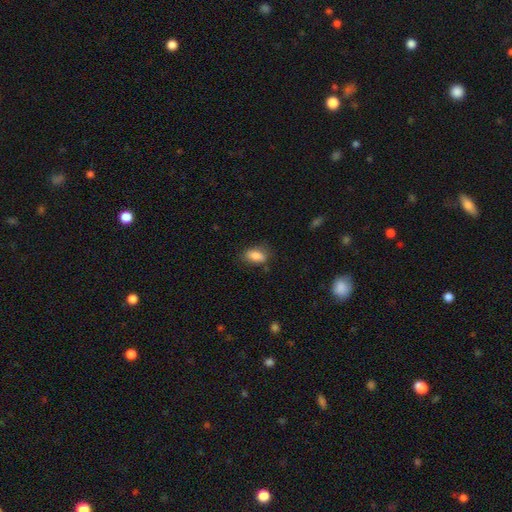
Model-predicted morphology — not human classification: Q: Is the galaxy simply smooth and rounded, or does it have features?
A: smooth — 82%.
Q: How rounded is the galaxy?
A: in between — 86%.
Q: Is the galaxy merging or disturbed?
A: none — 71%.